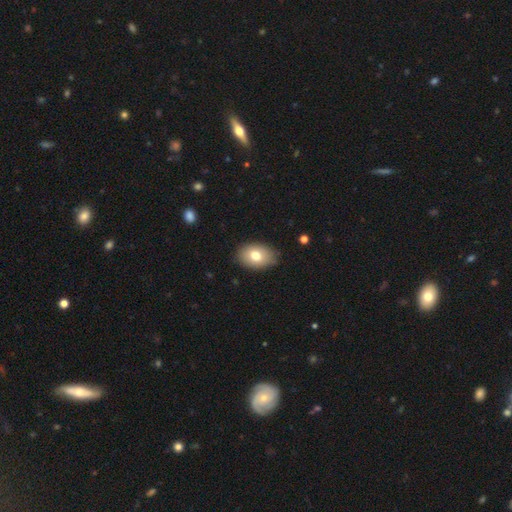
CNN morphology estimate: Smooth or featured? Predicted: smooth (p=0.76). How rounded? Predicted: in between (p=0.83). Merging? Predicted: none (p=0.85).